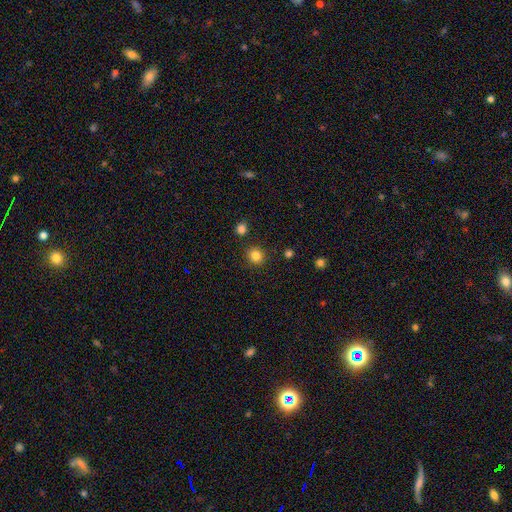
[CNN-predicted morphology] This appears to be a smooth galaxy with no disk features (84%) that is round (88%). Merging: none (88%).